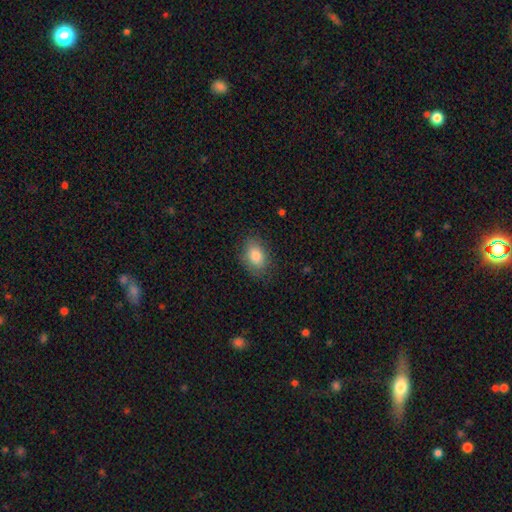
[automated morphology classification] type=smooth (84%); roundness=in between (81%); merging=none (80%).